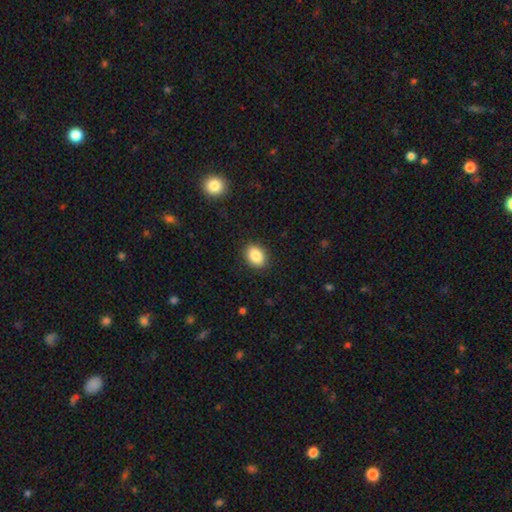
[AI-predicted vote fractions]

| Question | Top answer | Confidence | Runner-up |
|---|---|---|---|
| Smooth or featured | smooth | 86% | star or artifact (8%) |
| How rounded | in between | 71% | round (28%) |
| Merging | none | 89% | minor disturbance (8%) |